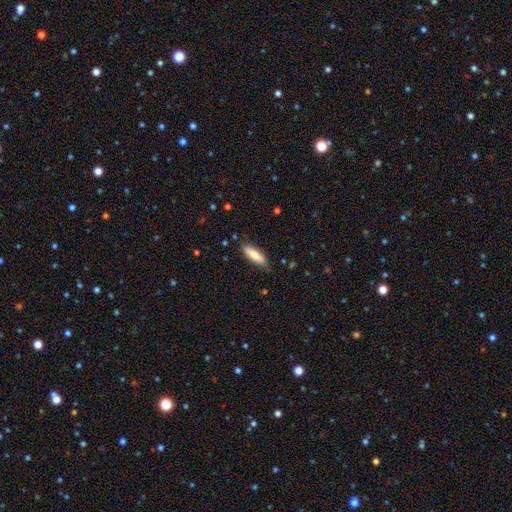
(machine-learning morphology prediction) type=smooth (80%); roundness=in between (54%); merging=none (81%).